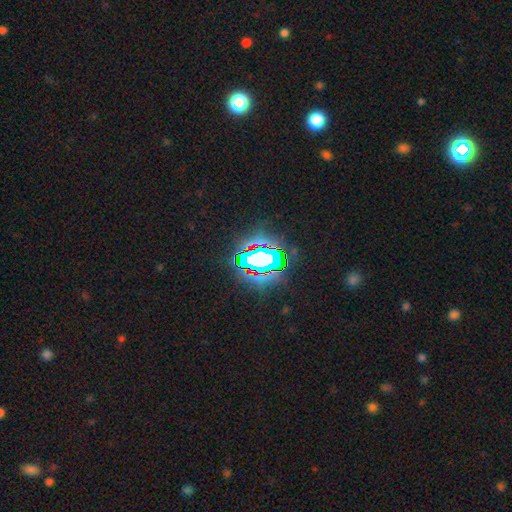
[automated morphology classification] Smooth or featured? Predicted: star or artifact (p=0.65).